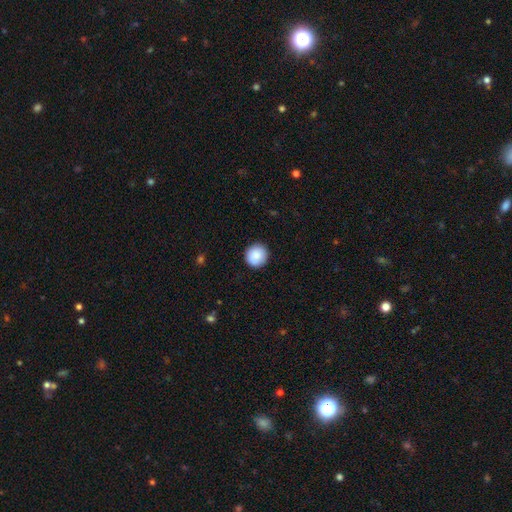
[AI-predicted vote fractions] Smooth or featured? smooth (88%)
How rounded? round (94%)
Merging? none (91%)